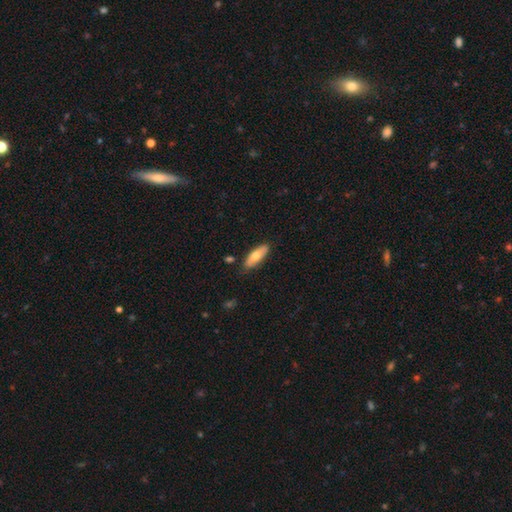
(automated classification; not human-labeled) Smooth or featured? Predicted: smooth (p=0.69). How rounded? Predicted: in between (p=0.64). Merging? Predicted: none (p=0.84).